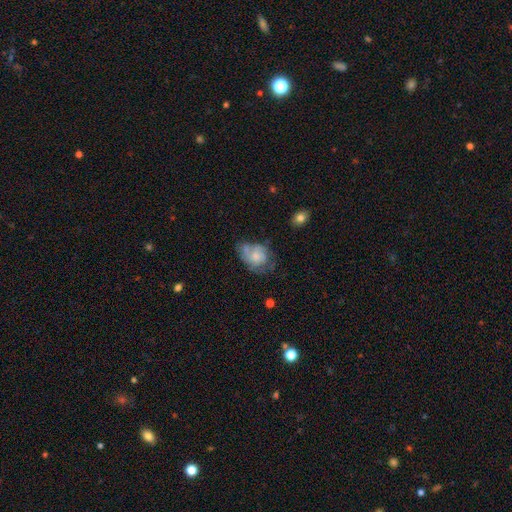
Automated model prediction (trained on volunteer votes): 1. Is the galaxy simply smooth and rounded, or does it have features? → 48% smooth, 44% featured or disk, 8% star or artifact.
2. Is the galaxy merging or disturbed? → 36% none, 32% minor disturbance, 23% major disturbance, 9% merger.